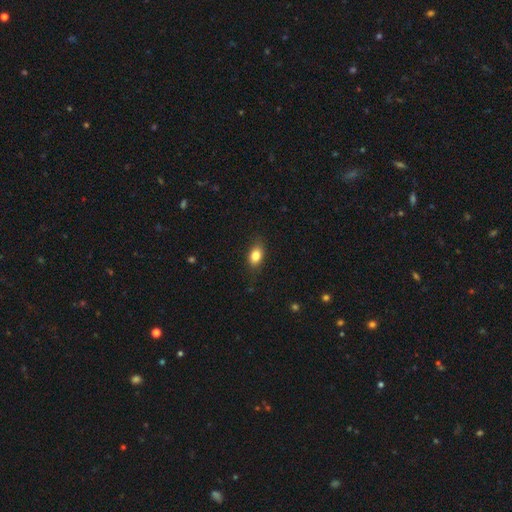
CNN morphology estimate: Smooth or featured? Predicted: smooth (p=0.84). How rounded? Predicted: in between (p=0.83). Merging? Predicted: none (p=0.83).